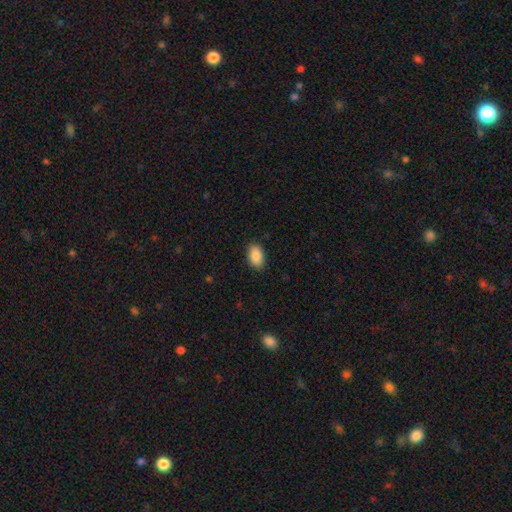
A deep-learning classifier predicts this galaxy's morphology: The model was most divided on "merging": none: 88%, minor disturbance: 9%, major disturbance: 2%, merger: 1%. More confident: how rounded — in between (92%); smooth or featured — smooth (89%).